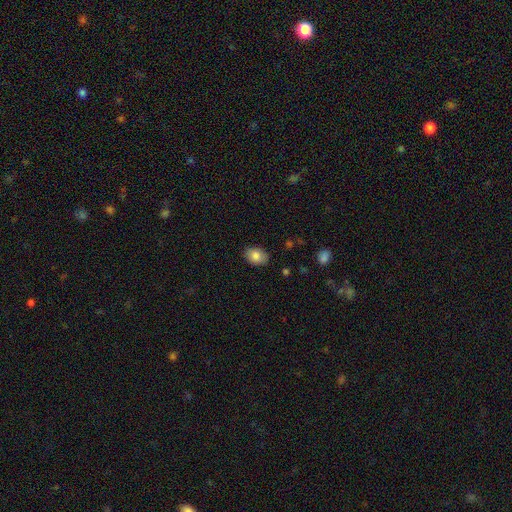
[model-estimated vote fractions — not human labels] smooth_or_featured: smooth (p=0.84) [alt: featured or disk p=0.08]
how_rounded: in between (p=0.81) [alt: round p=0.18]
merging: none (p=0.85) [alt: minor disturbance p=0.12]